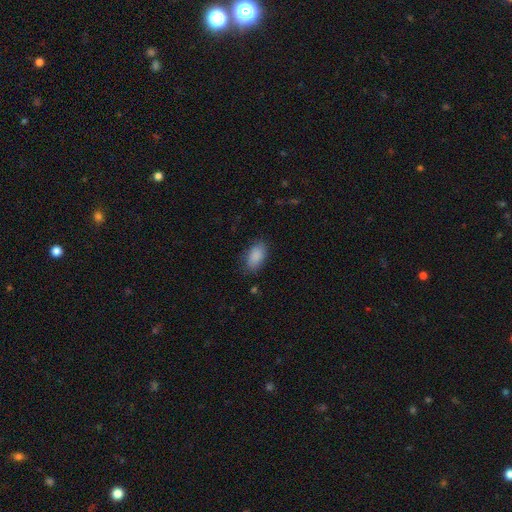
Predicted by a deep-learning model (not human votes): smooth 89%, star or artifact 7%, featured or disk 5%. Down the decision tree: how rounded — in between (92%); merging — none (80%).